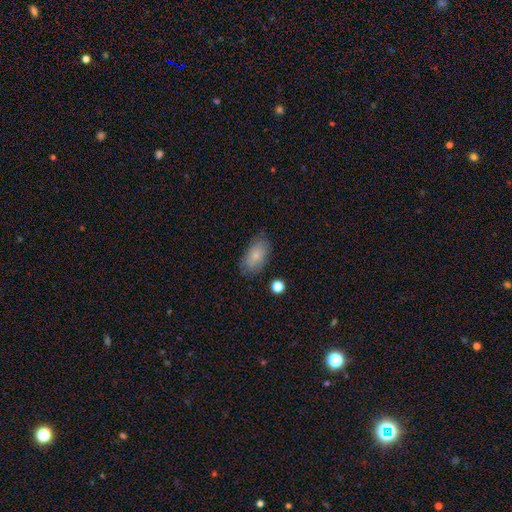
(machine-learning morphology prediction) Smooth or featured: smooth — 81% (featured or disk — 12%)
How rounded: in between — 93% (round — 4%)
Merging: none — 78% (minor disturbance — 16%)